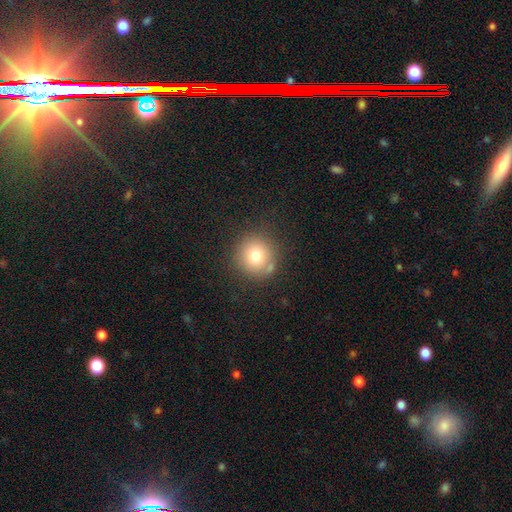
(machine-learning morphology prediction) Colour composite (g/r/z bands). It shows a smooth galaxy with no disk features (76%) that is round (94%). Merging: none (80%).